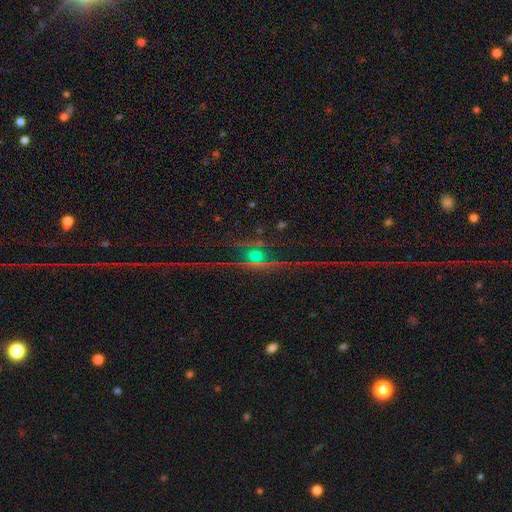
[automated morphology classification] A star or artifact, not a galaxy (53%).

Vote fractions:
- Smooth or featured? star or artifact: 53% / featured or disk: 32% / smooth: 15%